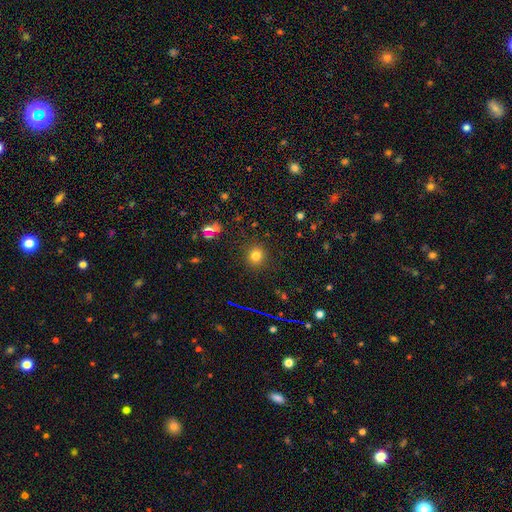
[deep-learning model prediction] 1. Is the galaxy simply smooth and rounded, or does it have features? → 76% smooth, 17% star or artifact, 7% featured or disk.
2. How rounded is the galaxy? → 88% round, 11% in between, 1% cigar-shaped.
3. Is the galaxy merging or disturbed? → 88% none, 7% minor disturbance, 3% major disturbance, 2% merger.